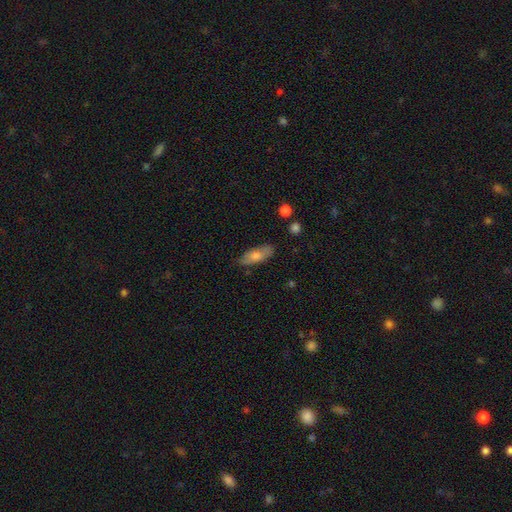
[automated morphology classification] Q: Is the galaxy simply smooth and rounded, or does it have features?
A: smooth — 64%.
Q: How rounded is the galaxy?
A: in between — 66%.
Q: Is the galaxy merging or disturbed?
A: none — 79%.